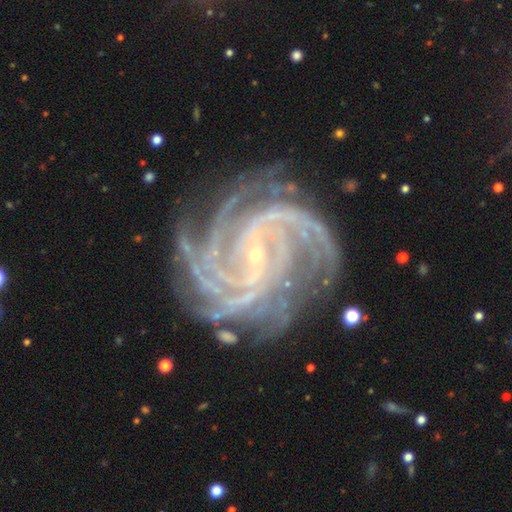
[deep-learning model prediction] Q: Smooth or featured?
A: featured or disk (92%); runner-up: star or artifact (5%)
Q: Edge-on disk?
A: no (98%); runner-up: yes (2%)
Q: Bar?
A: no (37%); tied with: weak (37%)
Q: Spiral arms?
A: yes (99%); runner-up: no (1%)
Q: Spiral winding?
A: tight (64%); runner-up: medium (31%)
Q: Spiral arm count?
A: 4 (30%); runner-up: more than 4 (26%)
Q: Bulge size?
A: small (89%); runner-up: moderate (7%)
Q: Merging?
A: none (77%); runner-up: minor disturbance (15%)